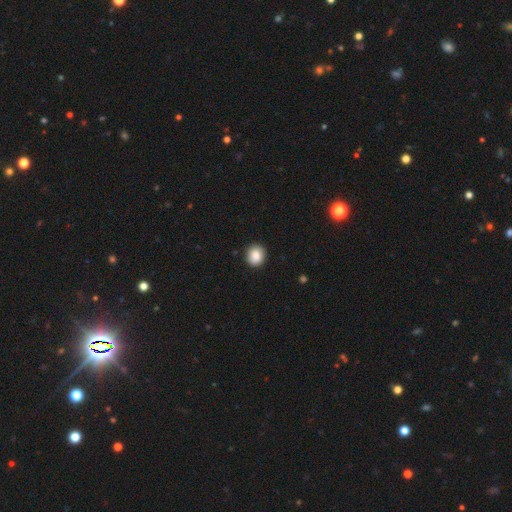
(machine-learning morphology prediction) This is clearly a smooth galaxy (87%). How rounded: likely round (77%). Merging: clearly none (90%).